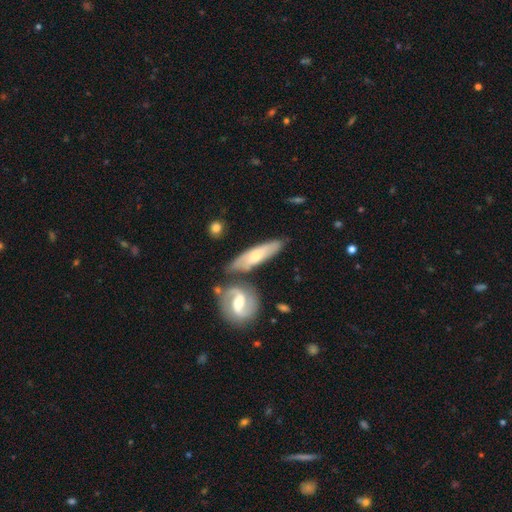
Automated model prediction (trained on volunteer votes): smooth_or_featured: featured or disk (p=0.55) [alt: smooth p=0.40]
disk_edge_on: no (p=0.54) [alt: yes p=0.46]
merging: none (p=0.63) [alt: minor disturbance p=0.17]